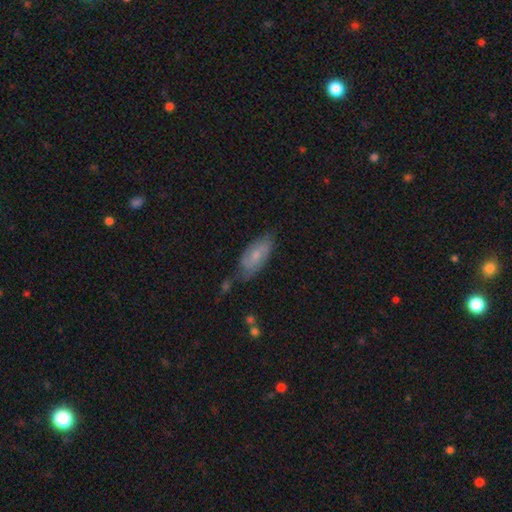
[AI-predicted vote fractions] Smooth or featured? Predicted: smooth (p=0.49). Merging? Predicted: none (p=0.60).